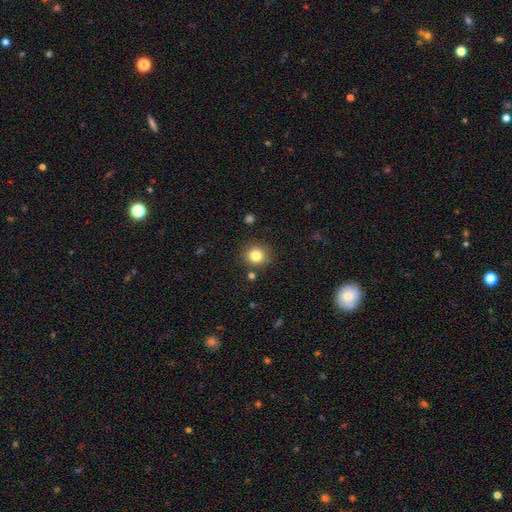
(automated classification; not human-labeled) Smooth or featured: smooth — 82% (star or artifact — 12%)
How rounded: round — 88% (in between — 11%)
Merging: none — 86% (minor disturbance — 8%)